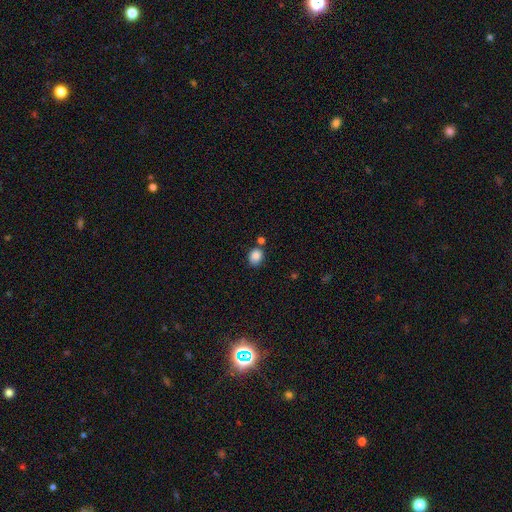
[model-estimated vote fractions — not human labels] smooth-or-featured: smooth: 86% | star or artifact: 9% | featured or disk: 5%
  how-rounded: round: 55% | in between: 44% | cigar-shaped: 1%
  merging: none: 70% | minor disturbance: 14% | merger: 12% | major disturbance: 4%